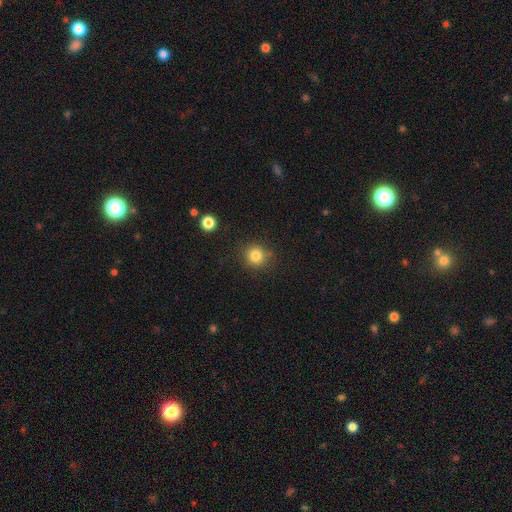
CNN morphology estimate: smooth_or_featured: smooth (p=0.83) [alt: star or artifact p=0.12]
how_rounded: round (p=0.90) [alt: in between p=0.10]
merging: none (p=0.86) [alt: minor disturbance p=0.09]